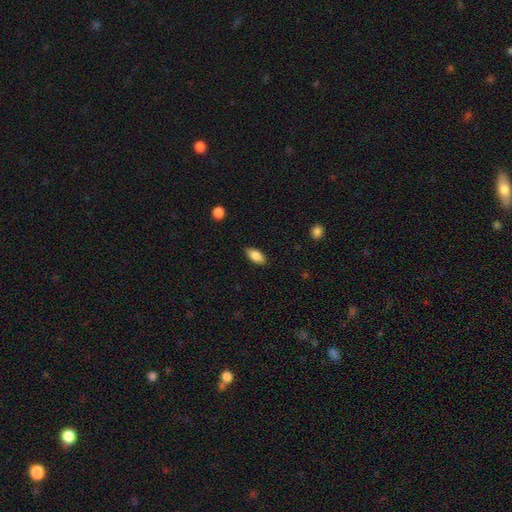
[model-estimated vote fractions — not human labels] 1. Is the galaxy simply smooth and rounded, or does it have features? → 84% smooth, 9% featured or disk, 7% star or artifact.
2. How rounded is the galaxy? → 88% in between, 9% cigar-shaped, 3% round.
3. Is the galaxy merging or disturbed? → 87% none, 9% minor disturbance, 2% major disturbance, 1% merger.